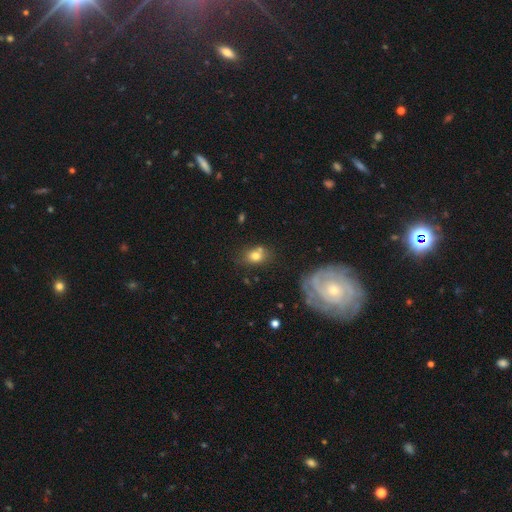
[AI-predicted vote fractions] This is likely a smooth galaxy (75%). How rounded: possibly in between (57%). Merging: possibly none (56%).